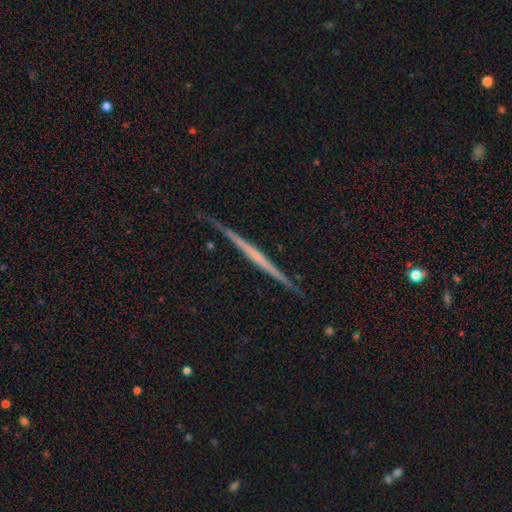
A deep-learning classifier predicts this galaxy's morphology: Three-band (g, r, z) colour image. It shows a featured or disk galaxy (70%) viewed edge-on (98%) with no central bulge (85%). Merging: none (89%).